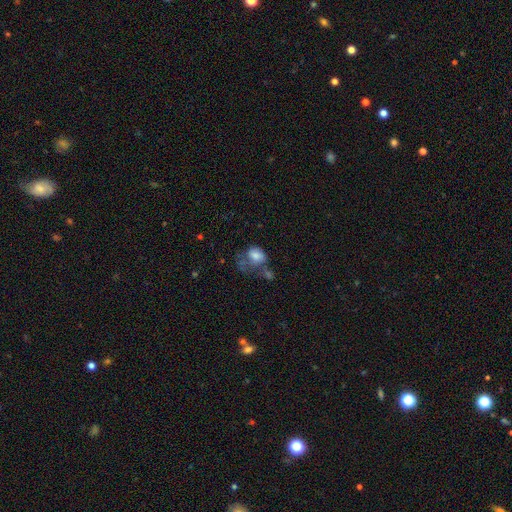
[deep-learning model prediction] Smooth or featured?
  - smooth: 68% *
  - featured or disk: 22%
  - star or artifact: 10%
How rounded?
  - in between: 64% *
  - round: 35%
  - cigar-shaped: 1%
Merging?
  - major disturbance: 39% *
  - merger: 21%
  - none: 20%
  - minor disturbance: 19%